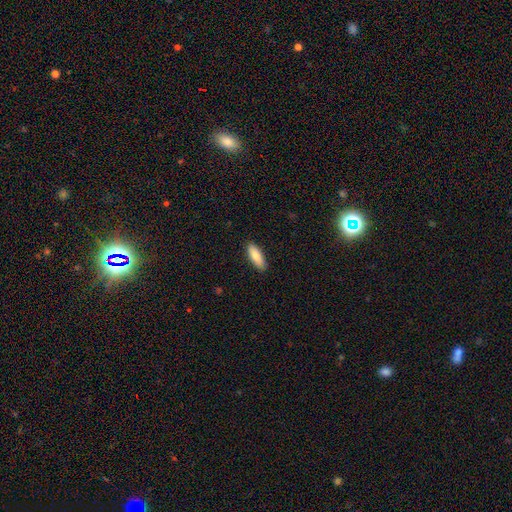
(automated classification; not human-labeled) smooth_or_featured: smooth (p=0.82) [alt: featured or disk p=0.12]
how_rounded: in between (p=0.62) [alt: cigar-shaped p=0.36]
merging: none (p=0.89) [alt: minor disturbance p=0.08]